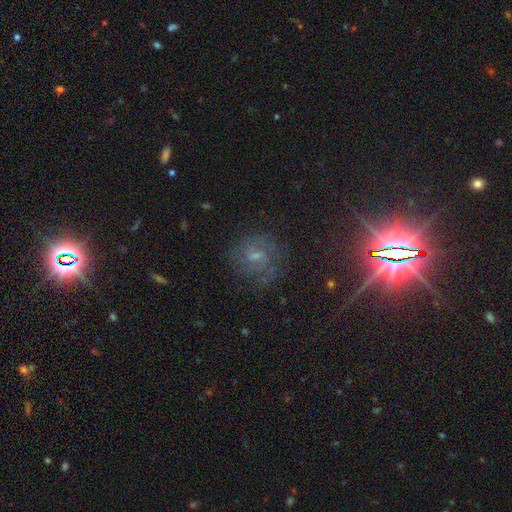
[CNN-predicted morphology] This appears to be a featured or disk galaxy (60%) with a weak bar (56%), spiral arms (85%) and a small central bulge (54%). Merging: none (72%).